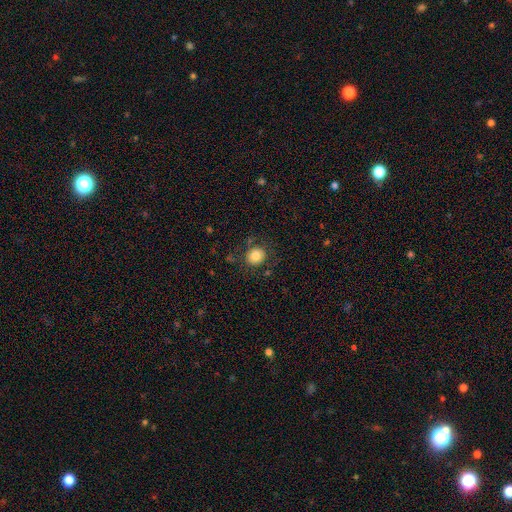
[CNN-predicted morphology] smooth_or_featured: smooth (p=0.81) [alt: star or artifact p=0.10]
how_rounded: round (p=0.82) [alt: in between p=0.18]
merging: none (p=0.81) [alt: minor disturbance p=0.12]